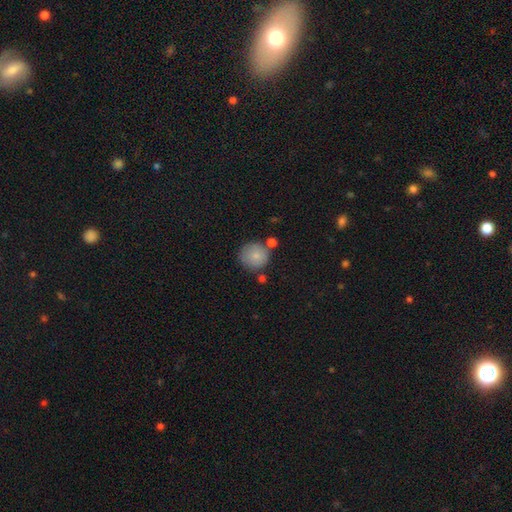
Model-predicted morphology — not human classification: Overall: smooth (82%). How rounded: round (92%). Merging: none (72%).